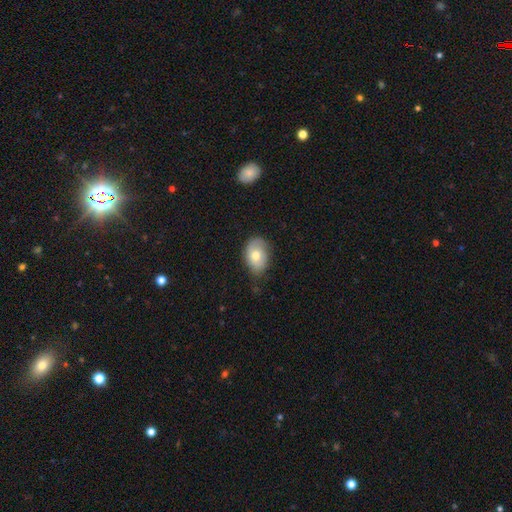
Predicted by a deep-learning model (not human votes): Smooth or featured? Predicted: smooth (p=0.67). How rounded? Predicted: in between (p=0.79). Merging? Predicted: none (p=0.61).